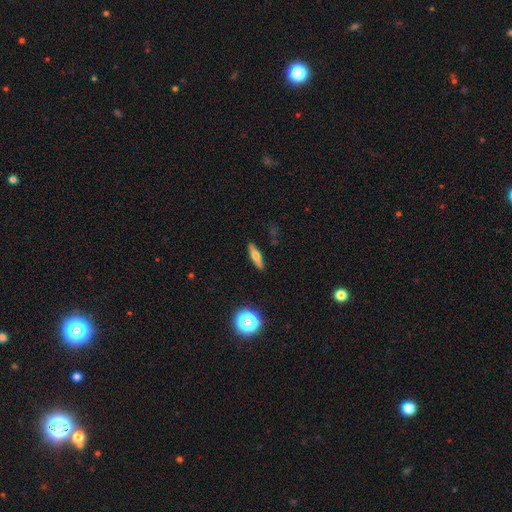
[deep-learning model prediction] The model was most divided on "smooth or featured": smooth: 50%, featured or disk: 41%, star or artifact: 9%. More confident: merging — none (89%); how rounded — cigar-shaped (67%).